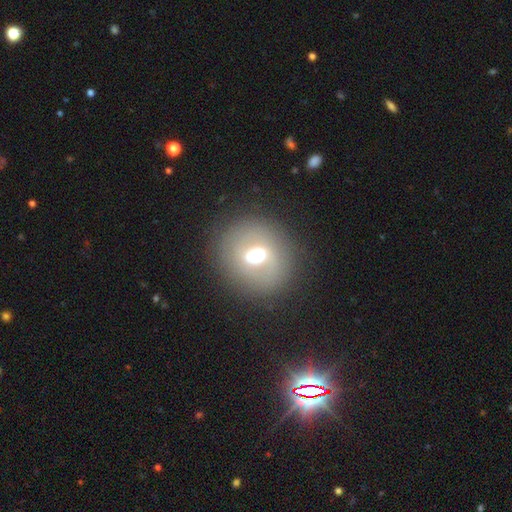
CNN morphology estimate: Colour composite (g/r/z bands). It shows a smooth galaxy with no disk features (48%). Merging: none (82%).